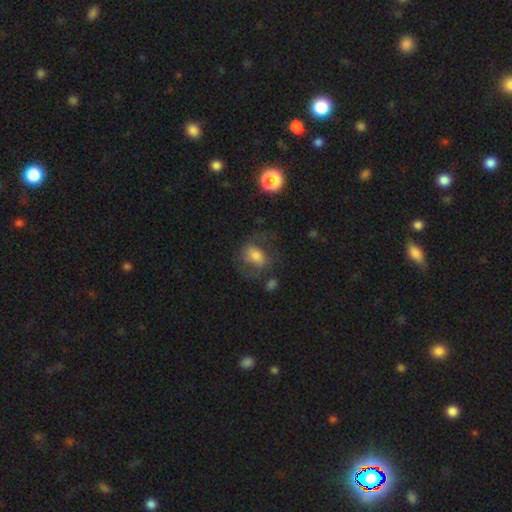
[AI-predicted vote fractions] smooth_or_featured: smooth (p=0.48) [alt: featured or disk p=0.42]
merging: none (p=0.49) [alt: major disturbance p=0.25]